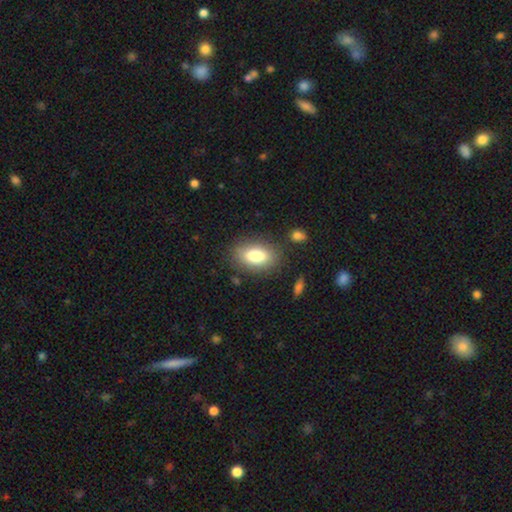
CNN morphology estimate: smooth-or-featured: smooth: 80% | featured or disk: 12% | star or artifact: 8%
  how-rounded: in between: 88% | round: 8% | cigar-shaped: 4%
  merging: none: 82% | minor disturbance: 11% | major disturbance: 4% | merger: 3%